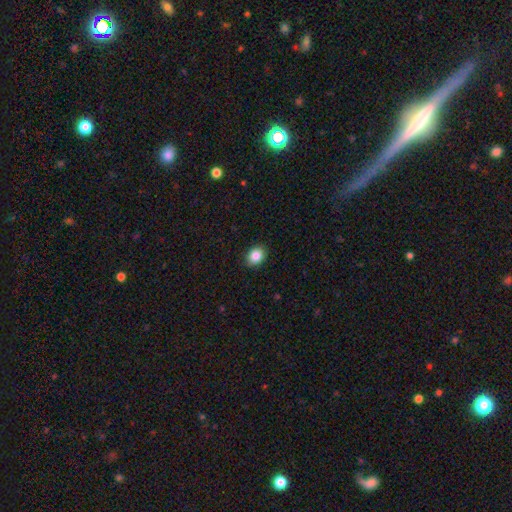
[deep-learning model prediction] Smooth or featured: smooth — 86% (star or artifact — 9%)
How rounded: in between — 58% (round — 41%)
Merging: none — 90% (minor disturbance — 7%)